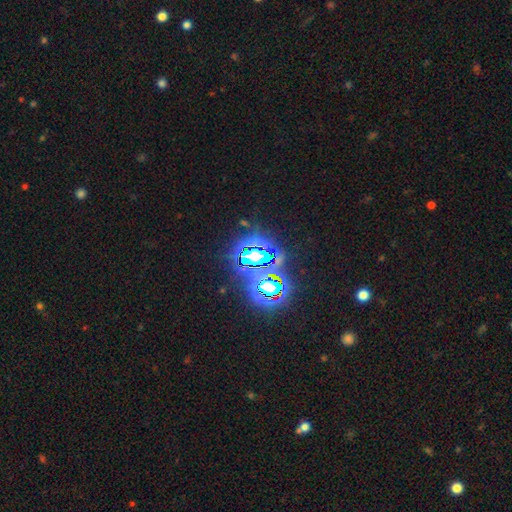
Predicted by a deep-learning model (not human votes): Q: Smooth or featured?
A: star or artifact (74%); runner-up: smooth (15%)